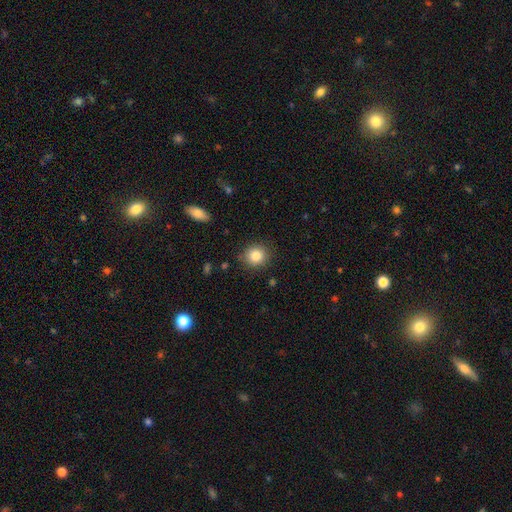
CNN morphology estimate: type=smooth (84%); roundness=round (87%); merging=none (87%).